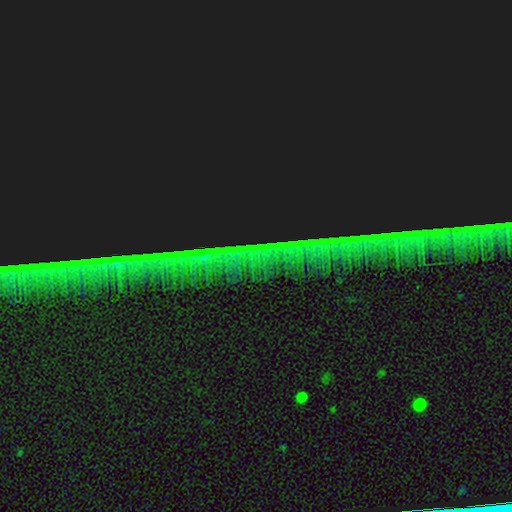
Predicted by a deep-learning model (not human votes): smooth_or_featured: star or artifact (p=0.87) [alt: featured or disk p=0.08]